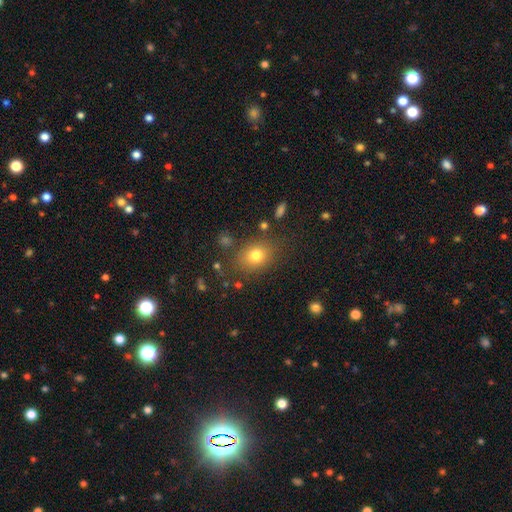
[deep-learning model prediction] Smooth or featured?
  - smooth: 78% *
  - star or artifact: 13%
  - featured or disk: 10%
How rounded?
  - in between: 53% *
  - round: 45%
  - cigar-shaped: 1%
Merging?
  - none: 78% *
  - minor disturbance: 13%
  - major disturbance: 5%
  - merger: 4%